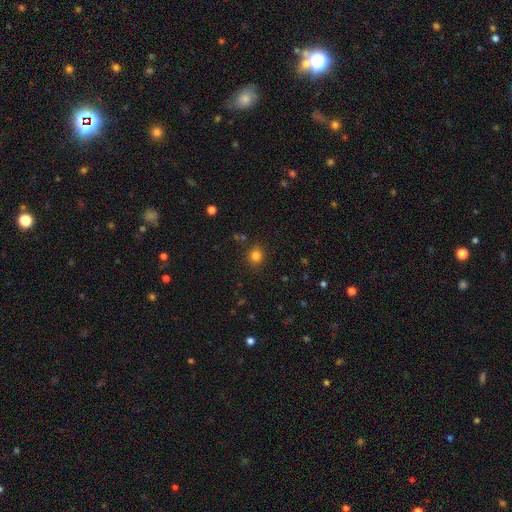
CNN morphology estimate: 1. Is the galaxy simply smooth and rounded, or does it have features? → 81% smooth, 14% star or artifact, 5% featured or disk.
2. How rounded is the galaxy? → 84% round, 15% in between, 1% cigar-shaped.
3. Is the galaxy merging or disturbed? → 87% none, 8% minor disturbance, 3% major disturbance, 2% merger.